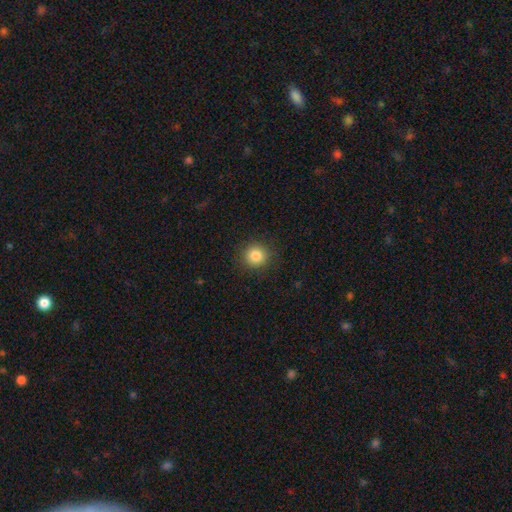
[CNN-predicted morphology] smooth-or-featured: smooth: 84% | star or artifact: 11% | featured or disk: 5%
  how-rounded: round: 92% | in between: 7% | cigar-shaped: 1%
  merging: none: 90% | minor disturbance: 7% | major disturbance: 2% | merger: 1%